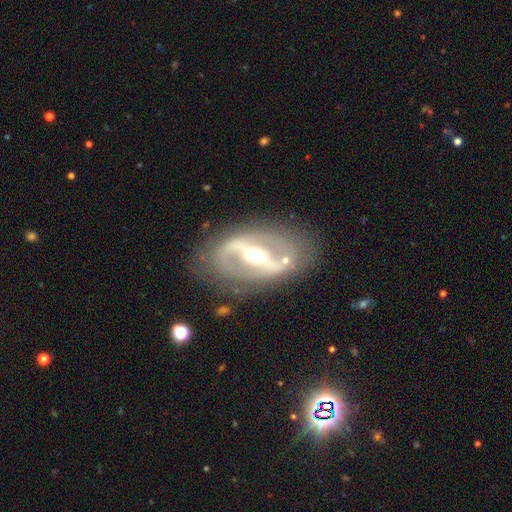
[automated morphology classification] A featured or disk galaxy (83%) with a strong bar (72%), spiral arms (54%) and a moderate central bulge (59%). Merging: none (73%).